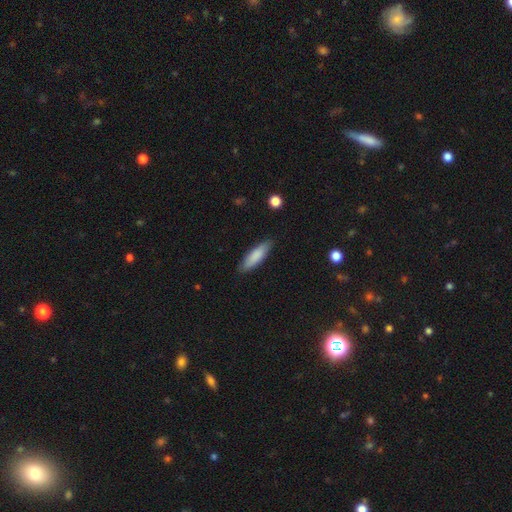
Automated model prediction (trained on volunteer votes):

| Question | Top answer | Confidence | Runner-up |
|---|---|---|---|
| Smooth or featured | smooth | 83% | featured or disk (12%) |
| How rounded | cigar-shaped | 58% | in between (41%) |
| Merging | none | 85% | minor disturbance (12%) |